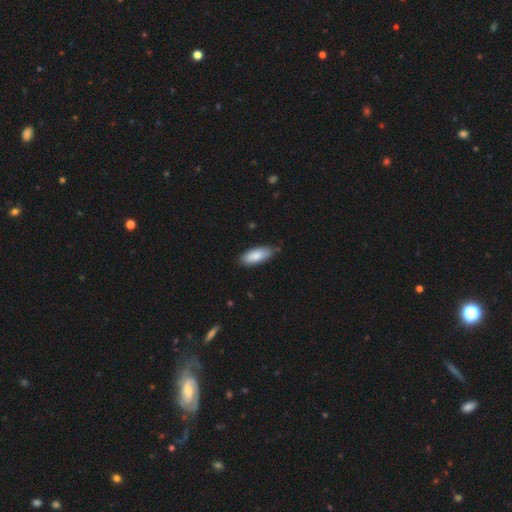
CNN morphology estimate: Overall: smooth (85%). How rounded: in between (80%). Merging: none (78%).